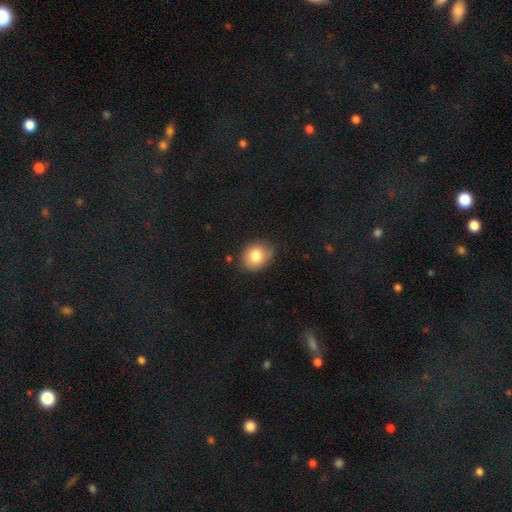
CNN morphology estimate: smooth_or_featured: smooth (p=0.81) [alt: featured or disk p=0.11]
how_rounded: in between (p=0.51) [alt: round p=0.48]
merging: none (p=0.79) [alt: minor disturbance p=0.17]